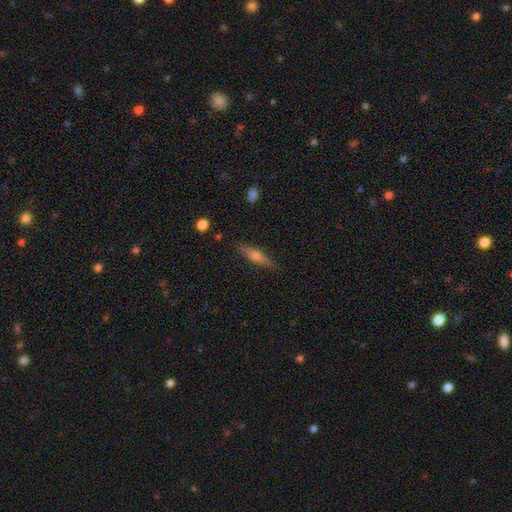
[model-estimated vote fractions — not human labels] Morphology: type=featured or disk (56%); edge-on=yes (96%); edge-on bulge=rounded (85%); merging=none (87%).